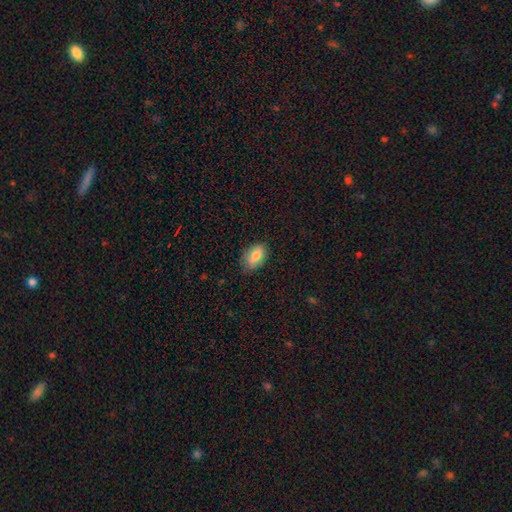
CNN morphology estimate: Smooth or featured? Predicted: smooth (p=0.82). How rounded? Predicted: in between (p=0.91). Merging? Predicted: none (p=0.79).